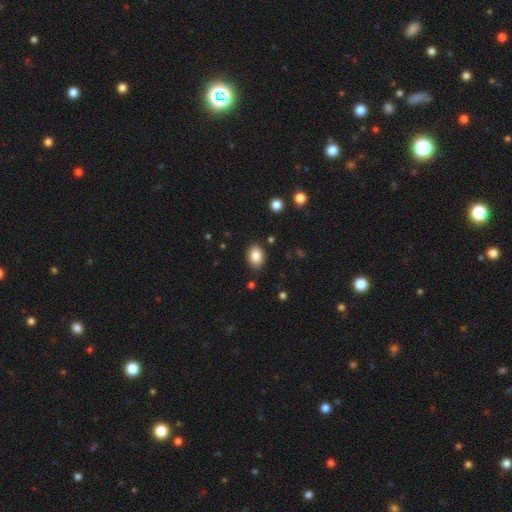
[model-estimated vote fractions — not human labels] Smooth or featured? Predicted: smooth (p=0.86). How rounded? Predicted: in between (p=0.80). Merging? Predicted: none (p=0.86).